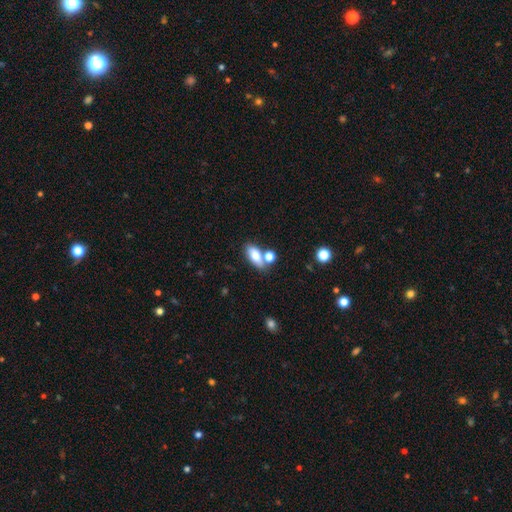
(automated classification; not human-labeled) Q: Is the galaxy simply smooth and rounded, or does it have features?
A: smooth — 77%.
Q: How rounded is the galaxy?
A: in between — 80%.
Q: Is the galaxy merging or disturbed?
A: none — 57%.